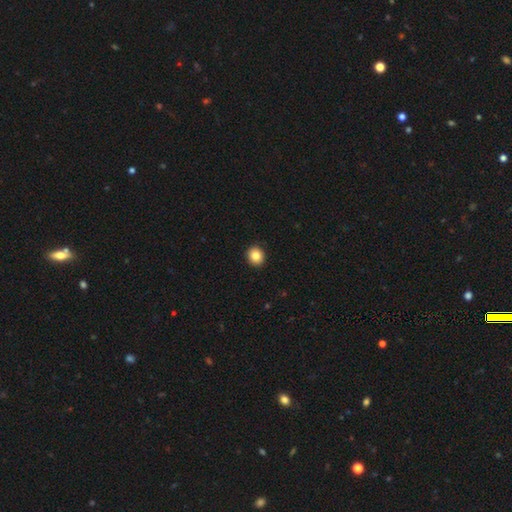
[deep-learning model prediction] The model was most divided on "how rounded": round: 85%, in between: 14%, cigar-shaped: 1%. More confident: merging — none (93%); smooth or featured — smooth (84%).